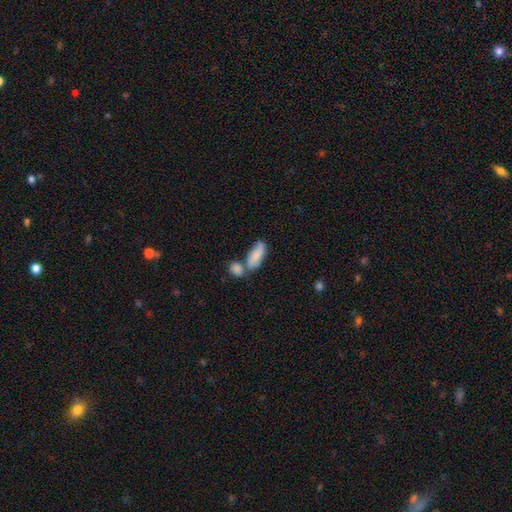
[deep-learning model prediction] Smooth or featured?
  - smooth: 78% *
  - featured or disk: 16%
  - star or artifact: 7%
How rounded?
  - in between: 80% *
  - cigar-shaped: 17%
  - round: 3%
Merging?
  - merger: 46% *
  - none: 35%
  - minor disturbance: 14%
  - major disturbance: 6%